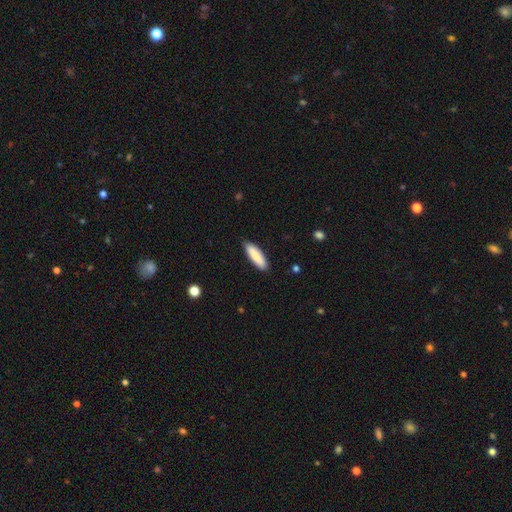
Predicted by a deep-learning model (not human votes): smooth-or-featured: smooth: 83% | featured or disk: 12% | star or artifact: 6%
  how-rounded: cigar-shaped: 57% | in between: 41% | round: 1%
  merging: none: 86% | minor disturbance: 11% | major disturbance: 2% | merger: 1%